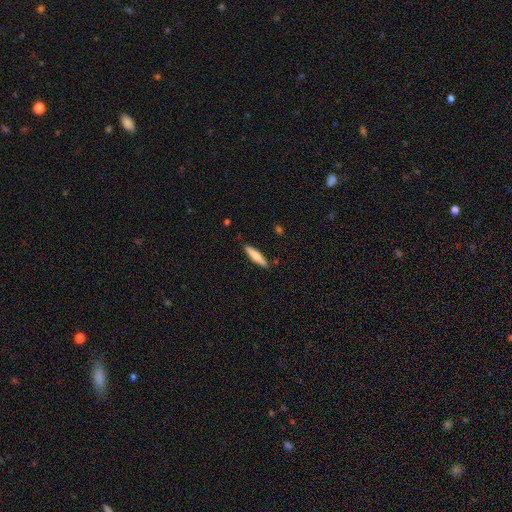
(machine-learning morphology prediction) smooth-or-featured: smooth: 66% | featured or disk: 28% | star or artifact: 6%
  how-rounded: cigar-shaped: 84% | in between: 14% | round: 1%
  merging: none: 87% | minor disturbance: 10% | major disturbance: 2% | merger: 2%